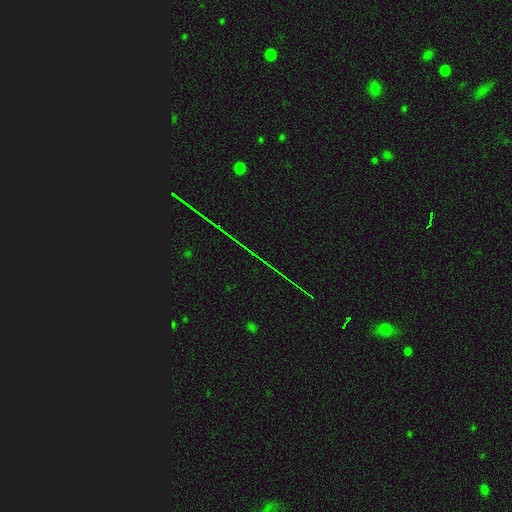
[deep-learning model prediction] Overall: star or artifact (83%).